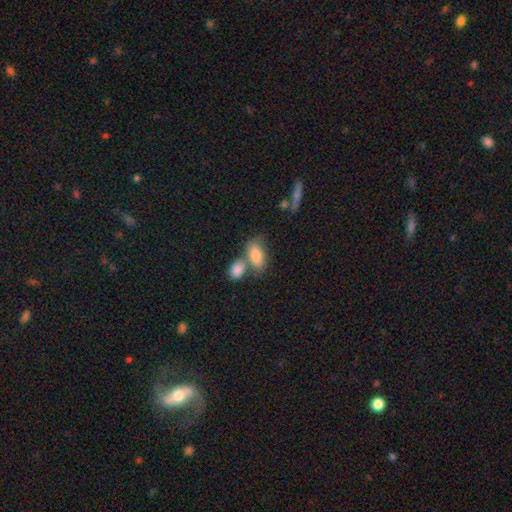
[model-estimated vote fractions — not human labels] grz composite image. It shows a smooth galaxy with no disk features (82%) that is in between round and cigar-shaped (91%). Merging: merger (46%).